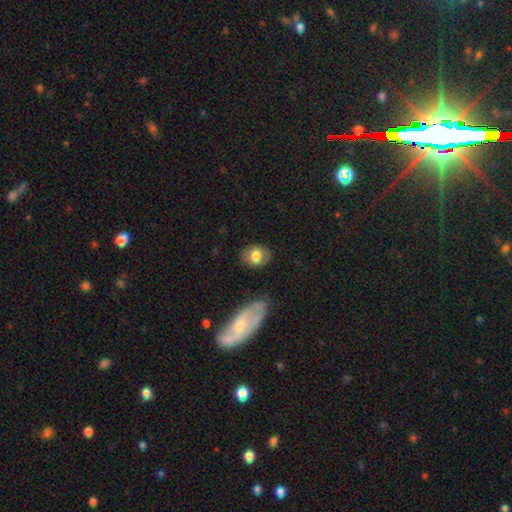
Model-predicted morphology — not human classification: A smooth galaxy with no disk features (77%) that is round (53%).

Vote fractions:
- Smooth or featured? smooth: 77% / featured or disk: 16% / star or artifact: 8%
- How rounded? round: 53% / in between: 45% / cigar-shaped: 1%
- Merging? none: 79% / minor disturbance: 14% / major disturbance: 4% / merger: 3%